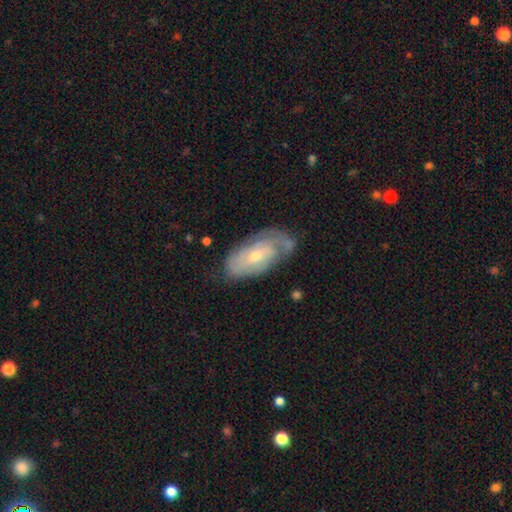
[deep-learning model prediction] smooth_or_featured: featured or disk (p=0.65) [alt: smooth p=0.29]
disk_edge_on: no (p=0.91) [alt: yes p=0.09]
bar: no (p=0.65) [alt: weak p=0.29]
has_spiral_arms: yes (p=0.79) [alt: no p=0.21]
bulge_size: small (p=0.49) [alt: moderate p=0.47]
merging: none (p=0.56) [alt: minor disturbance p=0.28]